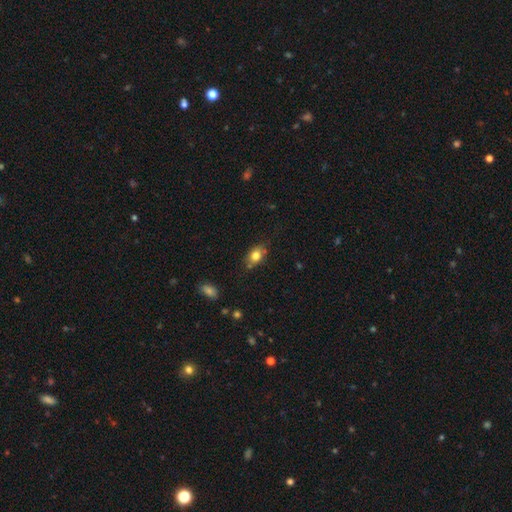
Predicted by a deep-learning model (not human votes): This appears to be a smooth galaxy with no disk features (79%) that is in between round and cigar-shaped (69%). Merging: none (70%).